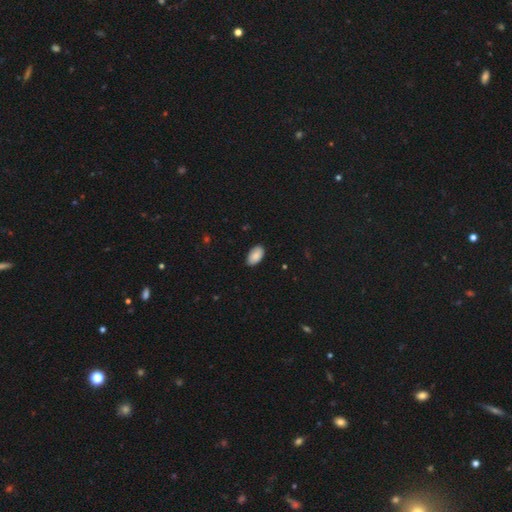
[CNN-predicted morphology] Q: Smooth or featured?
A: smooth (87%); runner-up: star or artifact (7%)
Q: How rounded?
A: in between (95%); runner-up: round (3%)
Q: Merging?
A: none (87%); runner-up: minor disturbance (10%)